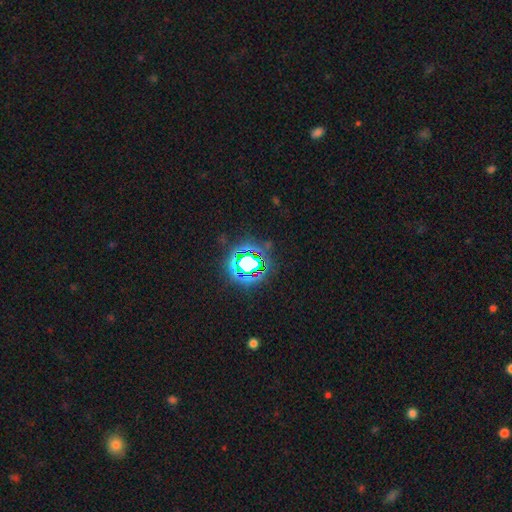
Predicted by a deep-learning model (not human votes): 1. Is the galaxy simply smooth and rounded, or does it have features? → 82% star or artifact, 11% smooth, 6% featured or disk.